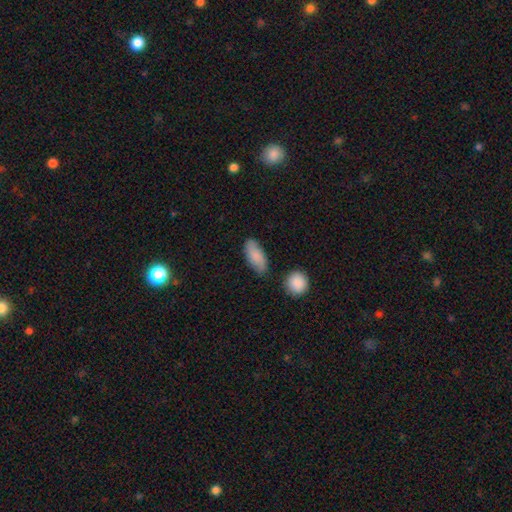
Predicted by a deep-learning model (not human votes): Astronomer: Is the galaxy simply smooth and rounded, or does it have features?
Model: smooth — 79%.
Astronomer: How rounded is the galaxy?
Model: in between — 86%.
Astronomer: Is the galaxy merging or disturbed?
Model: none — 74%.